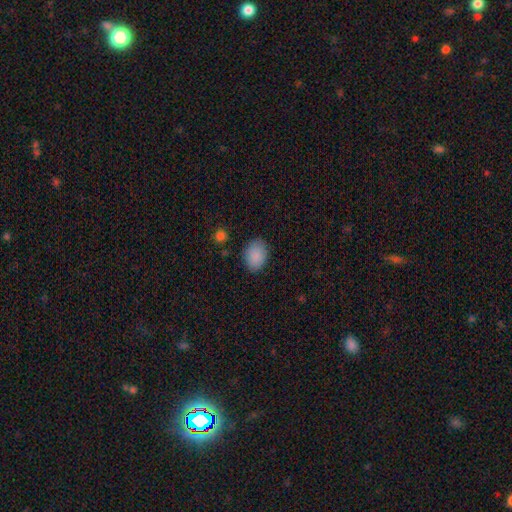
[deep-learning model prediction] This appears to be a smooth galaxy with no disk features (89%) that is in between round and cigar-shaped (74%). Merging: none (84%).